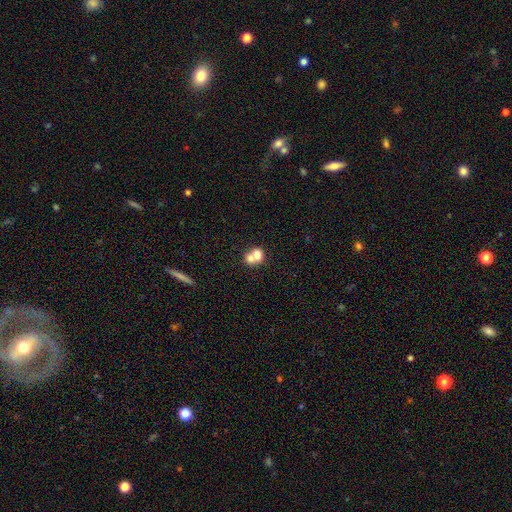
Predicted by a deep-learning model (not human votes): A smooth galaxy with no disk features (70%) that is round (62%). Merging: merger (66%).